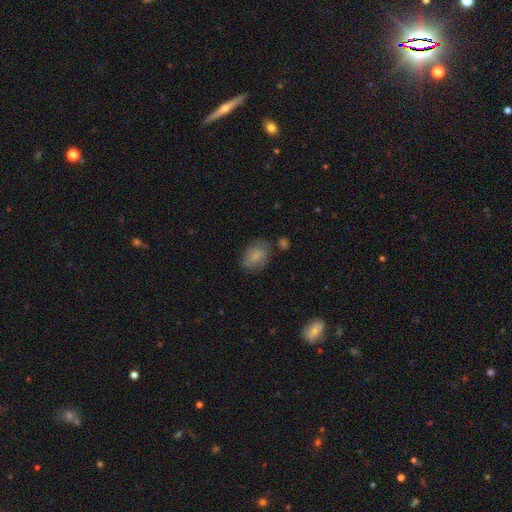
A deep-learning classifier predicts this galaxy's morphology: Overall: smooth (77%). How rounded: in between (69%; round 30%). Merging: none (65%).